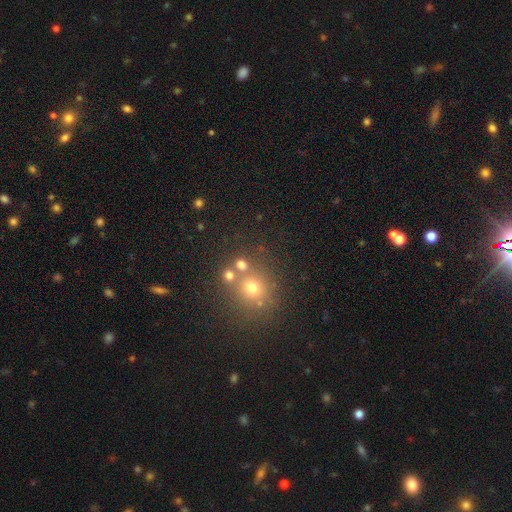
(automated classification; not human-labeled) This is possibly a smooth galaxy (55%). How rounded: clearly round (84%). Merging: likely none (62%).